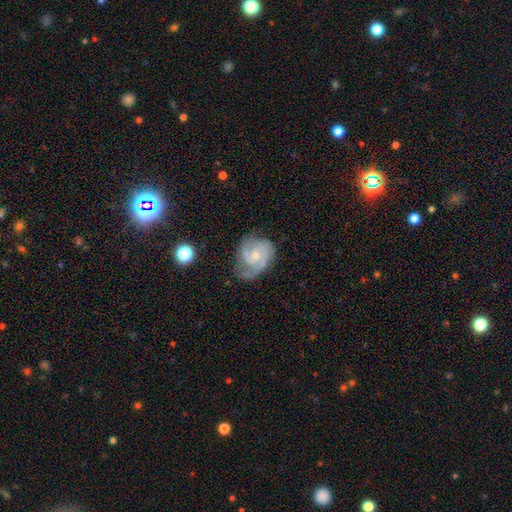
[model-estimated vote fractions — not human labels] Smooth or featured? Predicted: featured or disk (p=0.81). Edge-on disk? Predicted: no (p=0.98). Bar? Predicted: no (p=0.66). Spiral arms? Predicted: yes (p=0.95). Spiral winding? Predicted: tight (p=0.47). Spiral arm count? Predicted: 2 (p=0.52). Bulge size? Predicted: small (p=0.60). Merging? Predicted: none (p=0.58).